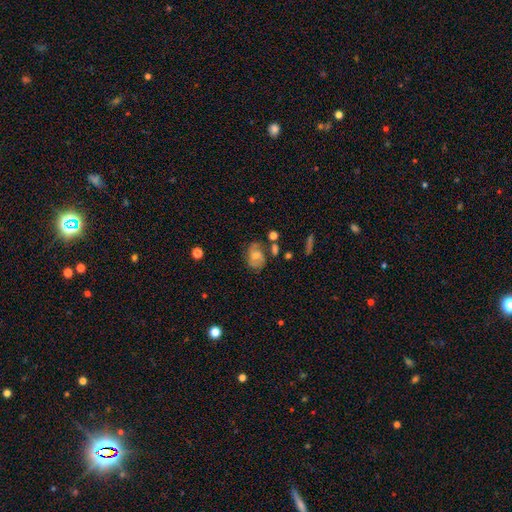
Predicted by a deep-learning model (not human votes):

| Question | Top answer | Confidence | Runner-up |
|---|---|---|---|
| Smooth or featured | featured or disk | 58% | smooth (33%) |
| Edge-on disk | no | 96% | yes (4%) |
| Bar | no | 56% | weak (36%) |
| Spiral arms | yes | 84% | no (16%) |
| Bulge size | moderate | 57% | small (32%) |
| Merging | none | 60% | minor disturbance (23%) |